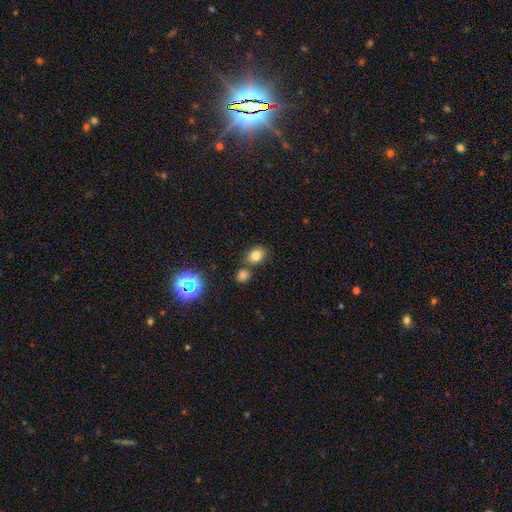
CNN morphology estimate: The model was most divided on "how rounded": in between: 59%, round: 40%, cigar-shaped: 1%. More confident: smooth or featured — smooth (78%); merging — none (68%).